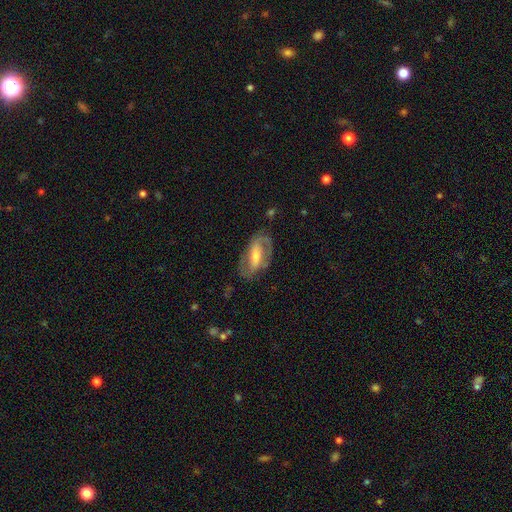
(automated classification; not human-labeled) Smooth or featured?
  - featured or disk: 74% *
  - smooth: 20%
  - star or artifact: 6%
Edge-on disk?
  - no: 92% *
  - yes: 8%
Bar?
  - strong: 46% *
  - weak: 34%
  - no: 19%
Spiral arms?
  - yes: 79% *
  - no: 21%
Spiral winding?
  - medium: 44% *
  - tight: 38%
  - loose: 18%
Spiral arm count?
  - 2: 78% *
  - can't tell: 13%
  - 1: 6%
  - 3: 2%
  - 4: 1%
  - more than 4: 1%
Bulge size?
  - moderate: 50% *
  - small: 40%
  - large: 7%
  - none: 3%
  - dominant: 1%
Merging?
  - none: 74% *
  - minor disturbance: 16%
  - major disturbance: 8%
  - merger: 2%